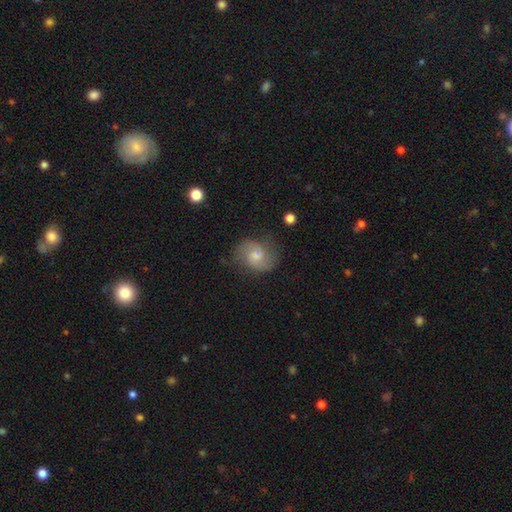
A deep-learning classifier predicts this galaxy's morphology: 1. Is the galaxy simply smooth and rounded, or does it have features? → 57% featured or disk, 34% smooth, 8% star or artifact.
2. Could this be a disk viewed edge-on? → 97% no, 3% yes.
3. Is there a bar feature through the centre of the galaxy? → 54% no, 40% weak, 6% strong.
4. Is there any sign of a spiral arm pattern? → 89% yes, 11% no.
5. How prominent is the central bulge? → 47% moderate, 38% small, 7% none, 6% large, 1% dominant.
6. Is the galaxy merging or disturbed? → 68% none, 21% minor disturbance, 9% major disturbance, 2% merger.